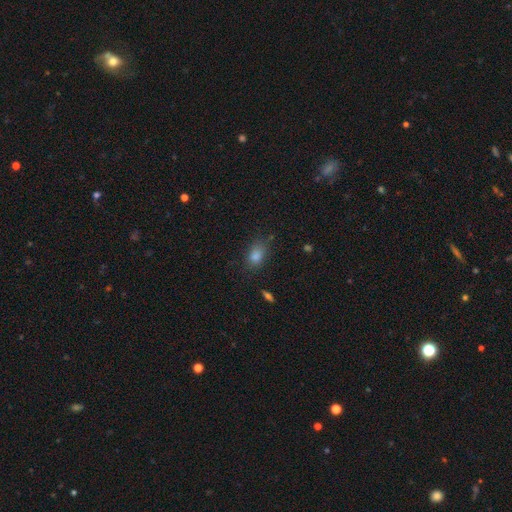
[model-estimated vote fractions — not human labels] A smooth galaxy with no disk features (77%) that is in between round and cigar-shaped (76%).

Vote fractions:
- Smooth or featured? smooth: 77% / star or artifact: 16% / featured or disk: 7%
- How rounded? in between: 76% / round: 21% / cigar-shaped: 3%
- Merging? none: 74% / minor disturbance: 18% / major disturbance: 5% / merger: 3%